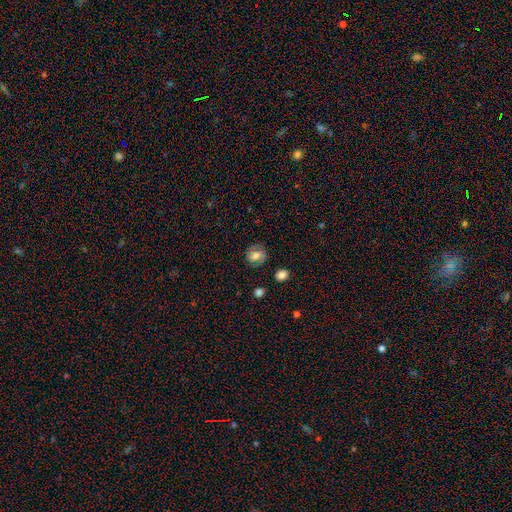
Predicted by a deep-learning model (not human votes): Q: Smooth or featured?
A: smooth (57%); runner-up: featured or disk (34%)
Q: How rounded?
A: round (66%); runner-up: in between (33%)
Q: Merging?
A: none (81%); runner-up: minor disturbance (13%)